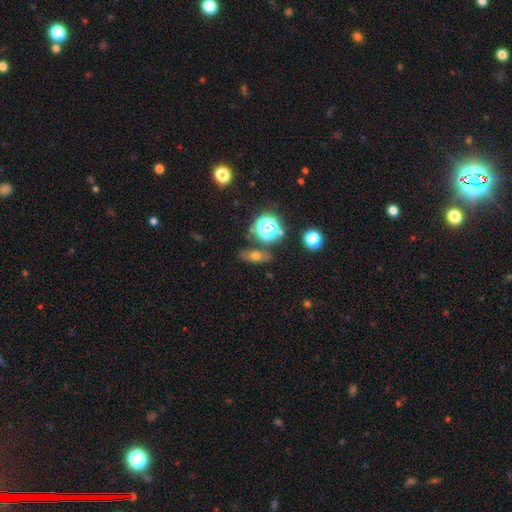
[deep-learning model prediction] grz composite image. It shows a smooth galaxy with no disk features (56%) that is in between round and cigar-shaped (62%). Merging: none (77%).